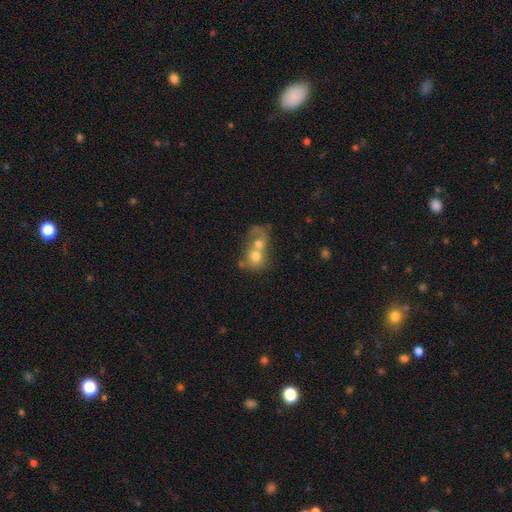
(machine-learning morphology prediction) A smooth galaxy with no disk features (63%) that is round (62%). Merging: merger (79%).